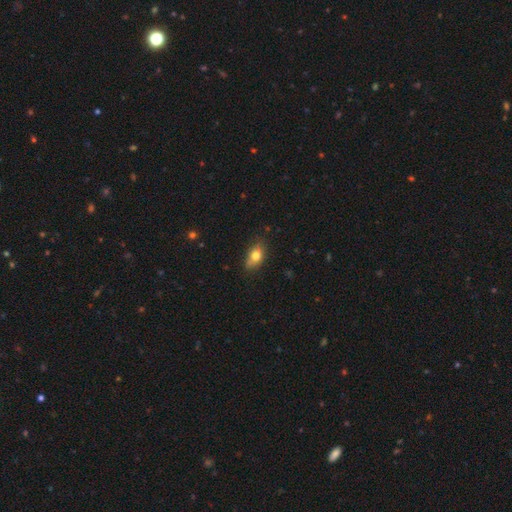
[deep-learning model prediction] The model was most divided on "merging": none: 68%, minor disturbance: 25%, major disturbance: 5%, merger: 3%. More confident: how rounded — in between (81%); smooth or featured — smooth (73%).